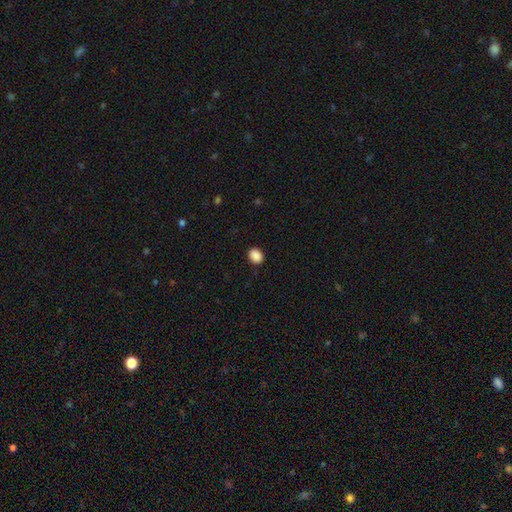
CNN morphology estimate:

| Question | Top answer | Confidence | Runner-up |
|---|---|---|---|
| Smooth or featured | smooth | 89% | star or artifact (8%) |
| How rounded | in between | 50% | round (49%) |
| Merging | none | 90% | minor disturbance (7%) |